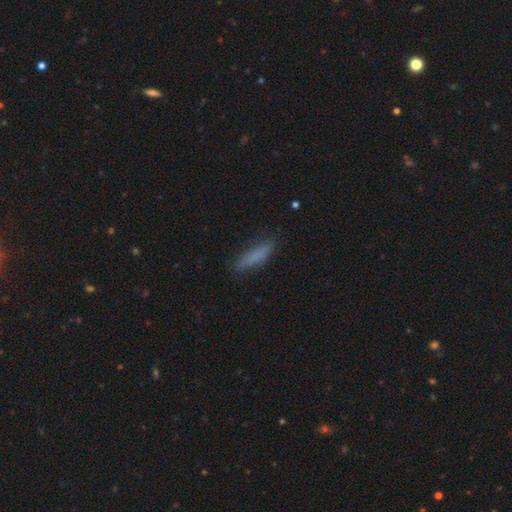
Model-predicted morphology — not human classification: Q: Smooth or featured?
A: smooth (78%); runner-up: featured or disk (14%)
Q: How rounded?
A: cigar-shaped (78%); runner-up: in between (20%)
Q: Merging?
A: none (81%); runner-up: minor disturbance (14%)